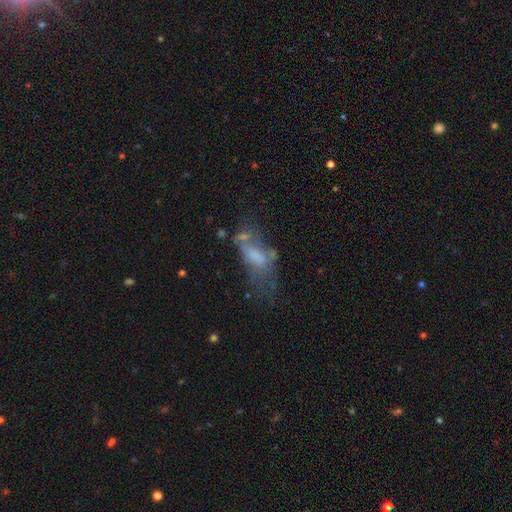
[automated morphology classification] Overall: smooth (43%, tied with featured or disk). Merging: major disturbance (36%; none 25%).